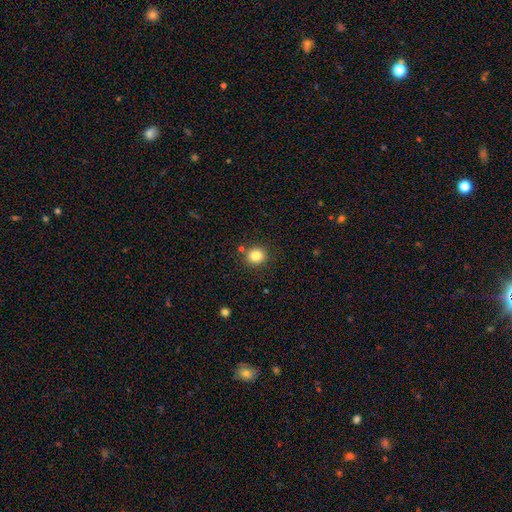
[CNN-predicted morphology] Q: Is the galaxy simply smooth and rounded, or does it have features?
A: smooth — 84%.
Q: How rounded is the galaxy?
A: round — 84%.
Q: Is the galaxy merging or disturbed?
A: none — 84%.